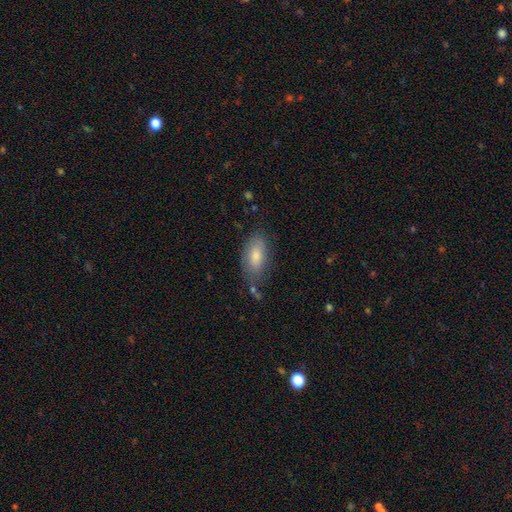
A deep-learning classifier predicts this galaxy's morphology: Overall: smooth (75%). How rounded: in between (89%). Merging: none (69%).